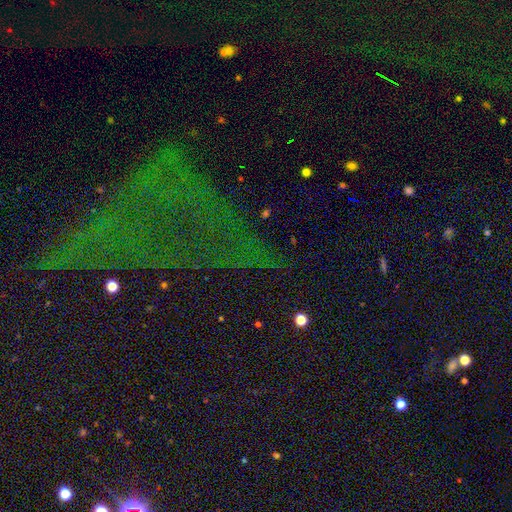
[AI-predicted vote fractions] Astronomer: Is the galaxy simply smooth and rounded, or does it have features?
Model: star or artifact — 76%.